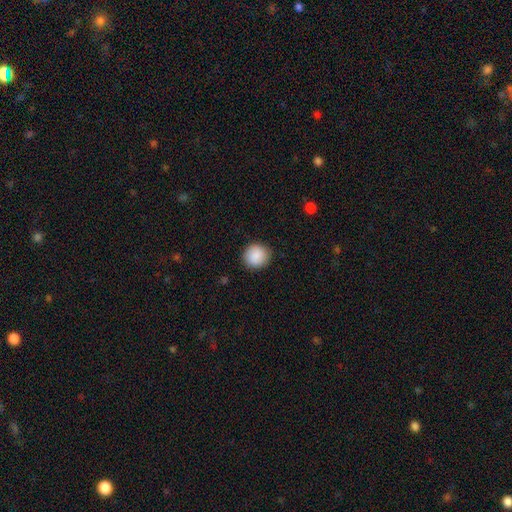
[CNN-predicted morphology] A smooth galaxy with no disk features (89%) that is round (88%). Merging: none (89%).